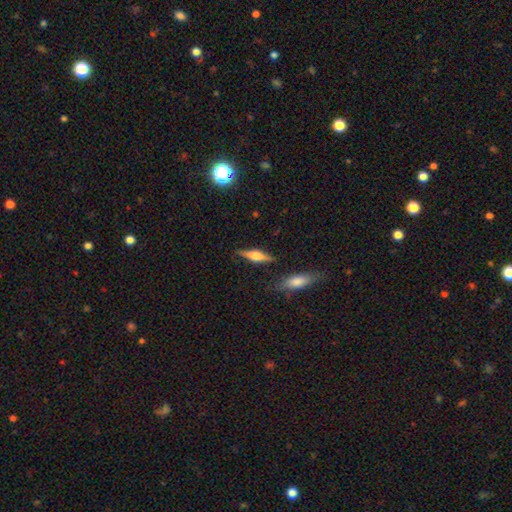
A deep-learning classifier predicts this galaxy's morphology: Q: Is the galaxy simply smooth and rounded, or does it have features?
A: featured or disk — 57%.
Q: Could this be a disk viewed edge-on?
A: yes — 95%.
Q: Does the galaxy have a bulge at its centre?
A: rounded — 84%.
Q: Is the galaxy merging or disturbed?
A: none — 82%.